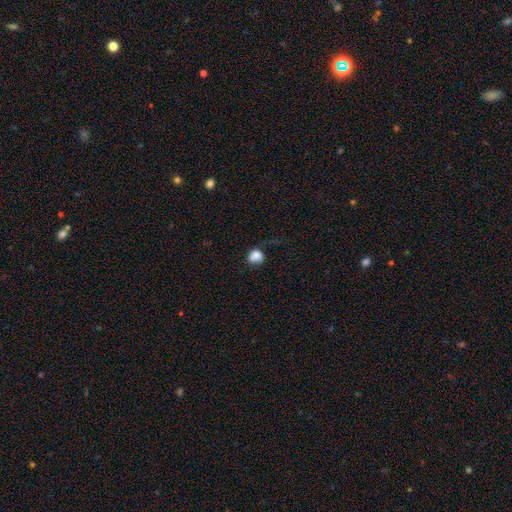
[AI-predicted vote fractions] Smooth or featured?
  - smooth: 82% *
  - star or artifact: 10%
  - featured or disk: 8%
How rounded?
  - round: 75% *
  - in between: 24%
  - cigar-shaped: 1%
Merging?
  - none: 48% *
  - minor disturbance: 29%
  - major disturbance: 16%
  - merger: 6%